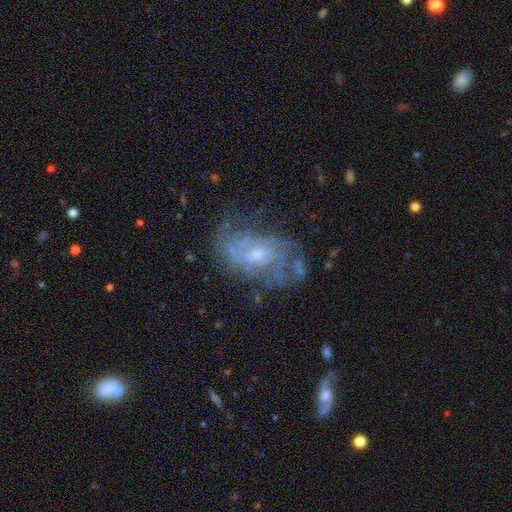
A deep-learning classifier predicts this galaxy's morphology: featured or disk 78%, smooth 13%, star or artifact 9%. Down the decision tree: edge-on disk — no (96%); bar — no (60%); spiral arms — yes (80%); spiral arm count — can't tell (45%); spiral winding — medium (41%); bulge size — small (56%); merging — none (57%).